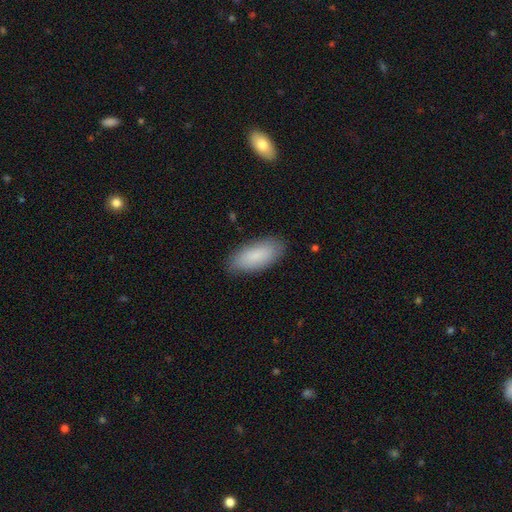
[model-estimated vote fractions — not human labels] This appears to be a smooth galaxy with no disk features (84%) that is in between round and cigar-shaped (85%). Merging: none (85%).